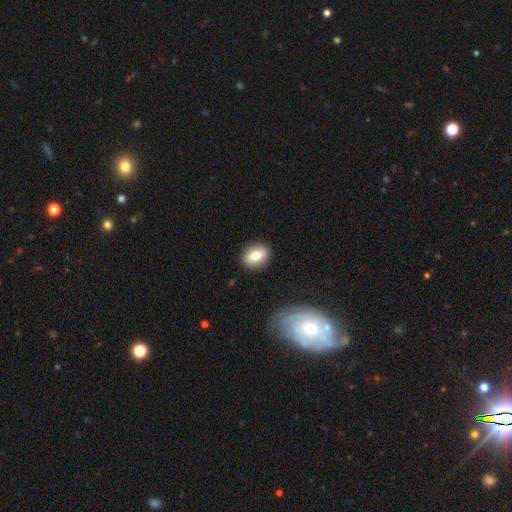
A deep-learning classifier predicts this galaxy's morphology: Smooth or featured? smooth (77%)
How rounded? in between (66%)
Merging? none (89%)